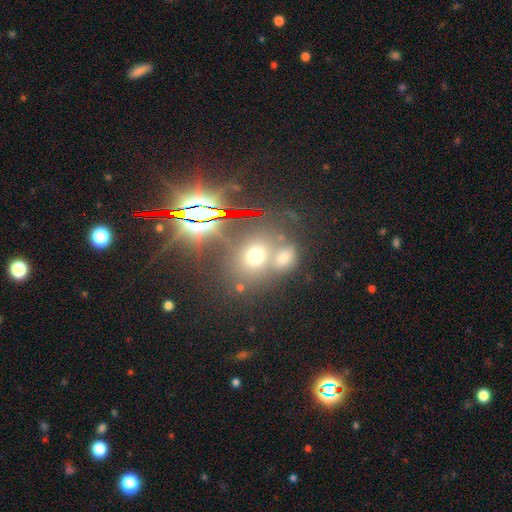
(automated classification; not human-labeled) Smooth or featured?
  - smooth: 57% *
  - star or artifact: 30%
  - featured or disk: 13%
How rounded?
  - round: 54% *
  - in between: 45%
  - cigar-shaped: 2%
Merging?
  - none: 45% *
  - merger: 40%
  - minor disturbance: 9%
  - major disturbance: 6%